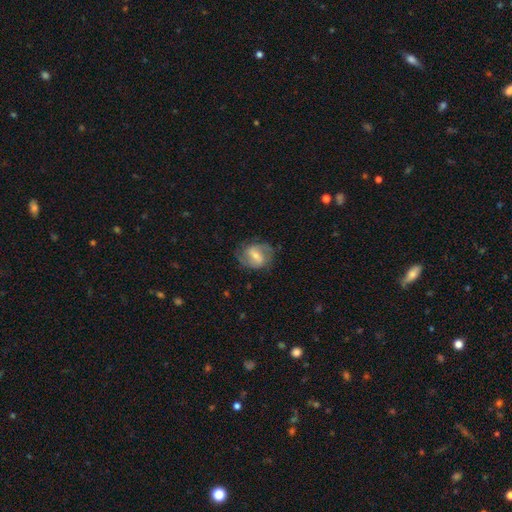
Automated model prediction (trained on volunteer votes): smooth_or_featured: featured or disk (p=0.69) [alt: smooth p=0.24]
disk_edge_on: no (p=0.97) [alt: yes p=0.03]
bar: weak (p=0.46) [alt: strong p=0.37]
has_spiral_arms: yes (p=0.85) [alt: no p=0.15]
spiral_winding: medium (p=0.48) [alt: loose p=0.28]
spiral_arm_count: 2 (p=0.82) [alt: can't tell p=0.10]
bulge_size: small (p=0.47) [alt: moderate p=0.45]
merging: none (p=0.71) [alt: minor disturbance p=0.19]